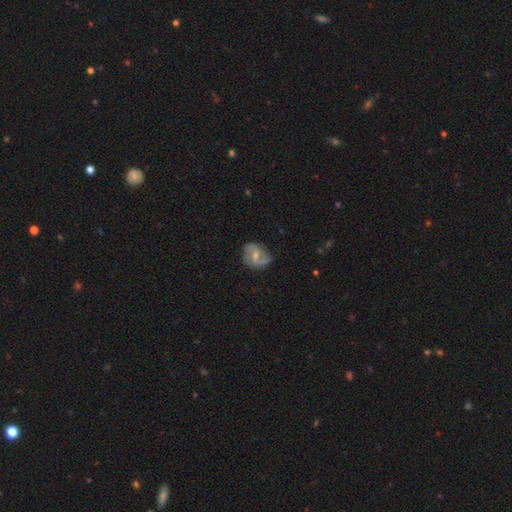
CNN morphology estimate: A featured or disk galaxy (75%) with a weak bar (51%), 2 (86%) medium (45%) spiral arms (90%) and a moderate central bulge (51%). Merging: none (70%).